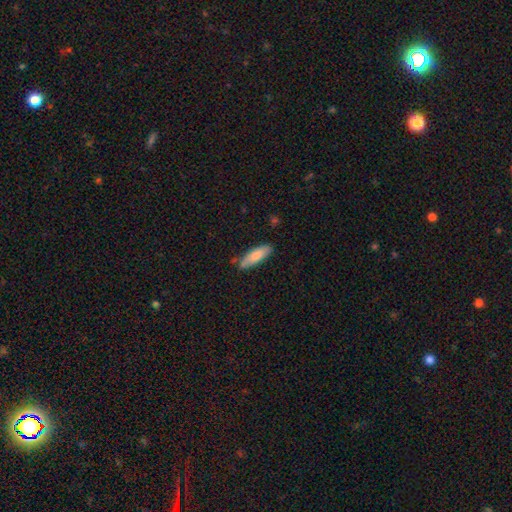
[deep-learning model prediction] smooth_or_featured: smooth (p=0.80) [alt: featured or disk p=0.14]
how_rounded: in between (p=0.53) [alt: cigar-shaped p=0.45]
merging: none (p=0.74) [alt: minor disturbance p=0.19]